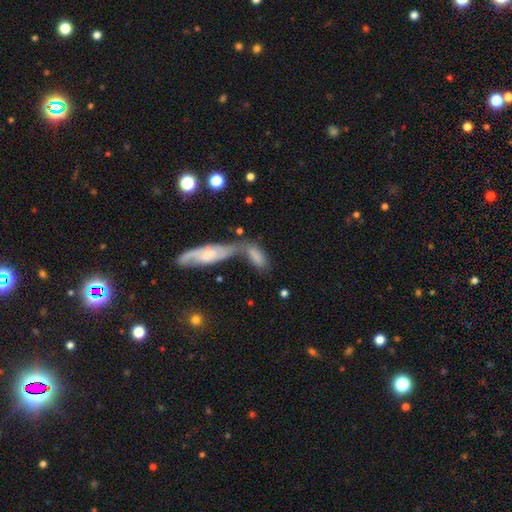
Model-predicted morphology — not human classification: This is likely a smooth galaxy (73%). How rounded: likely in between (69%). Merging: possibly merger (60%).